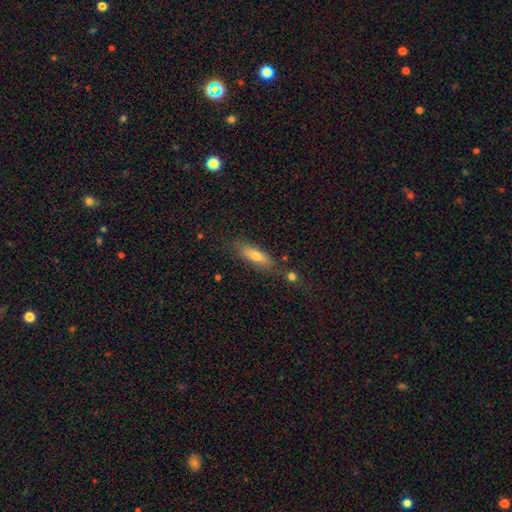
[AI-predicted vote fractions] This is likely a smooth galaxy (65%). How rounded: possibly cigar-shaped (54%). Merging: likely none (76%).